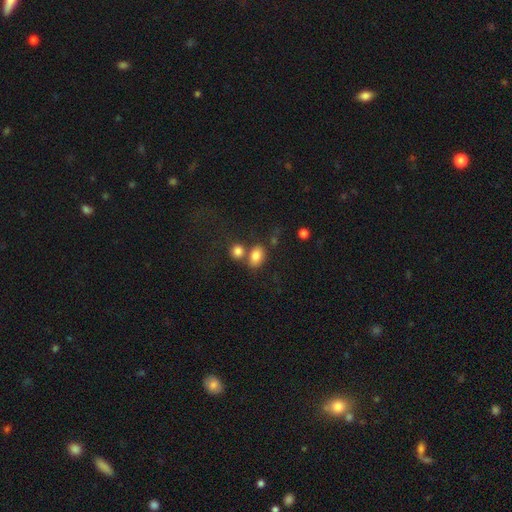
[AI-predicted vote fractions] Smooth or featured? Predicted: smooth (p=0.82). How rounded? Predicted: in between (p=0.74). Merging? Predicted: none (p=0.52).